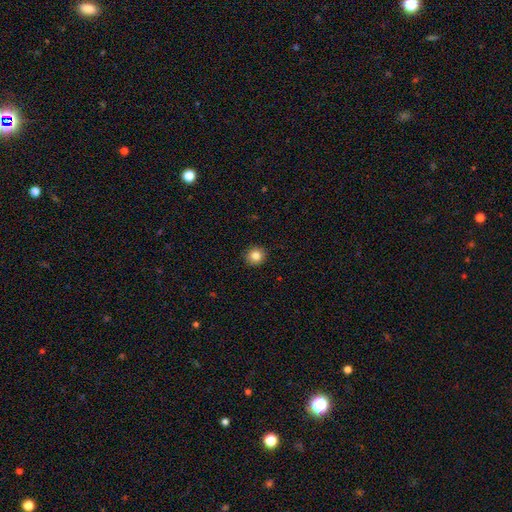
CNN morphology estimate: Smooth or featured?
  - smooth: 83% *
  - star or artifact: 10%
  - featured or disk: 6%
How rounded?
  - round: 93% *
  - in between: 6%
  - cigar-shaped: 1%
Merging?
  - none: 92% *
  - minor disturbance: 5%
  - major disturbance: 2%
  - merger: 1%